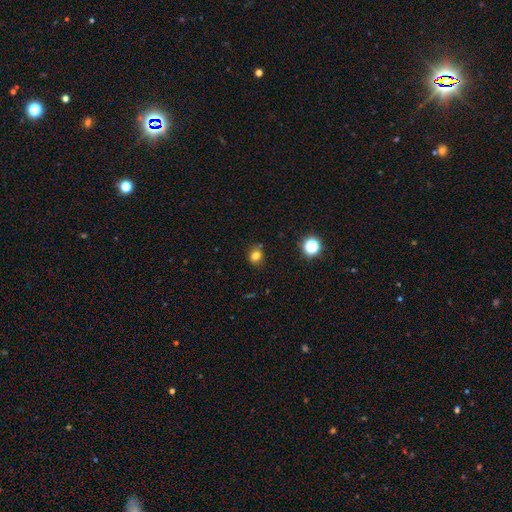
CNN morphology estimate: smooth-or-featured: smooth: 78% | star or artifact: 16% | featured or disk: 6%
  how-rounded: round: 66% | in between: 33% | cigar-shaped: 1%
  merging: none: 81% | minor disturbance: 12% | merger: 4% | major disturbance: 3%